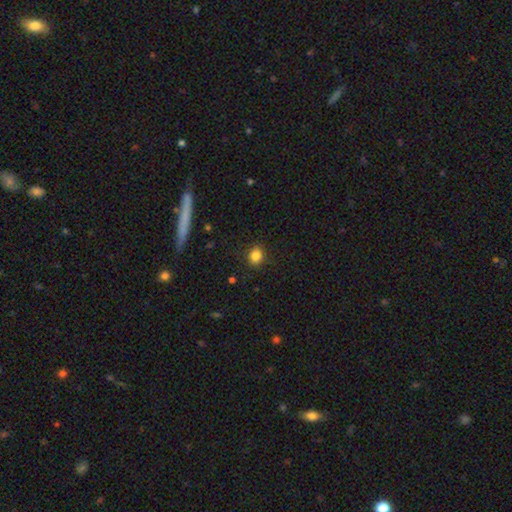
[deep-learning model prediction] Overall: smooth (84%). How rounded: round (63%; in between 36%). Merging: none (88%).